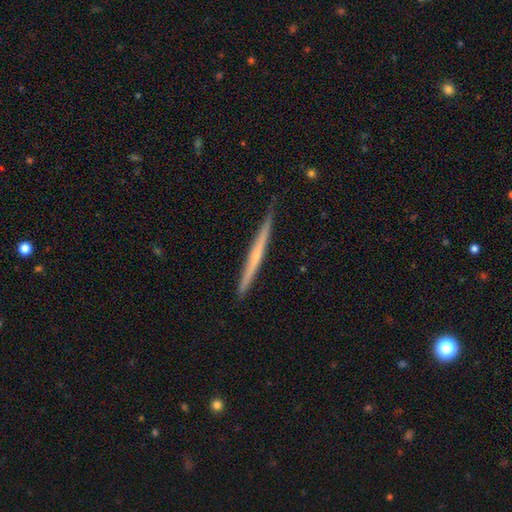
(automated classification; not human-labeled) Smooth or featured? featured or disk (60%)
Edge-on disk? yes (98%)
Edge-on bulge? none (67%)
Merging? none (87%)